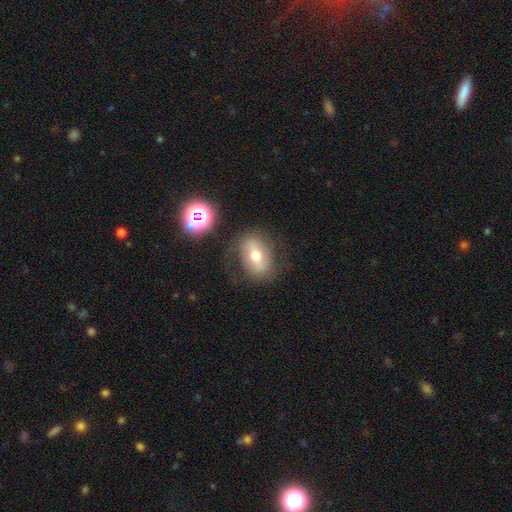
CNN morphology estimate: Smooth or featured? smooth (46%)
Merging? none (73%)